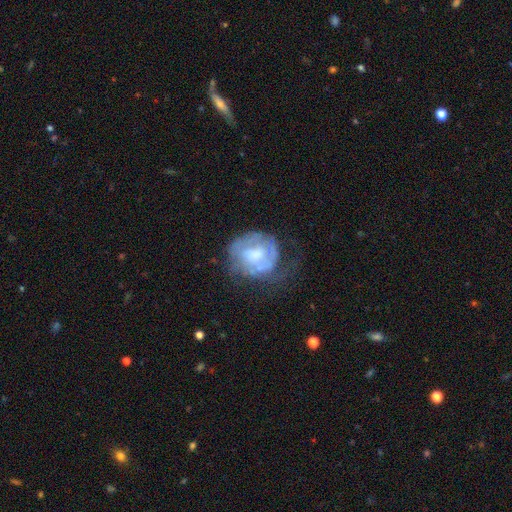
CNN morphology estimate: Smooth or featured? featured or disk (57%)
Edge-on disk? no (97%)
Bar? no (62%)
Spiral arms? no (53%)
Bulge size? moderate (45%)
Merging? none (37%)